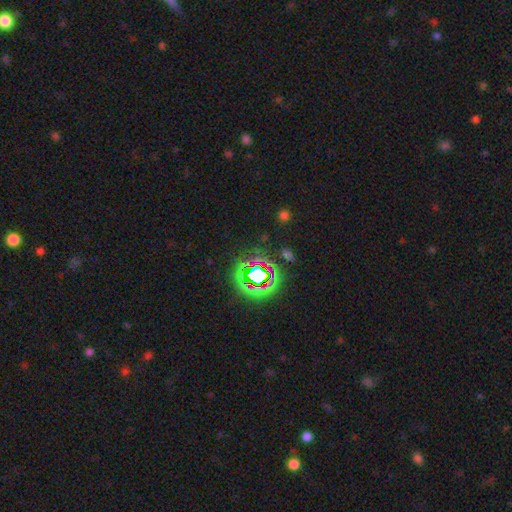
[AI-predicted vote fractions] A star or artifact, not a galaxy (76%).